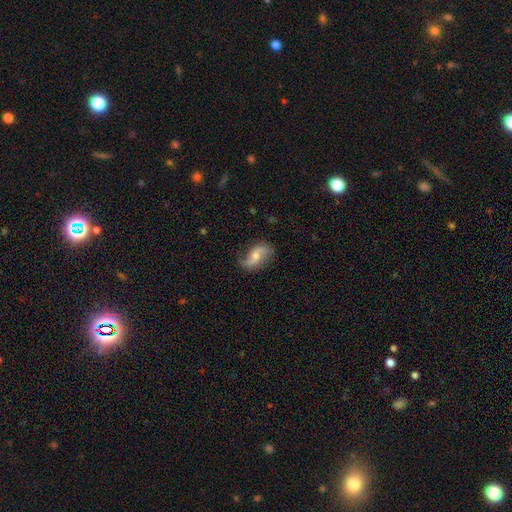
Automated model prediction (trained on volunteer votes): This appears to be a featured or disk galaxy (70%) with no bar (50%), 2 (90%) loose (76%) spiral arms (92%) and a moderate central bulge (55%). Merging: none (75%).